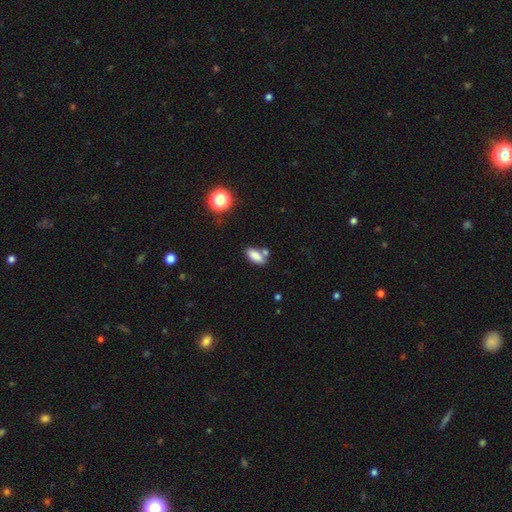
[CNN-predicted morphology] A smooth galaxy with no disk features (83%) that is in between round and cigar-shaped (84%). Merging: none (59%).